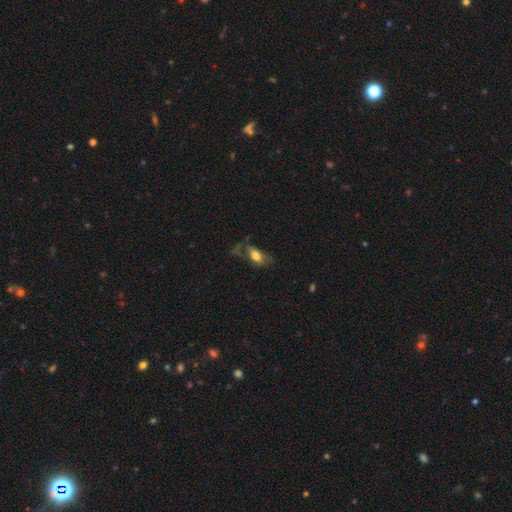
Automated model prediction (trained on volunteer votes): Morphology: type=smooth (67%); roundness=in between (86%); merging=none (41%).